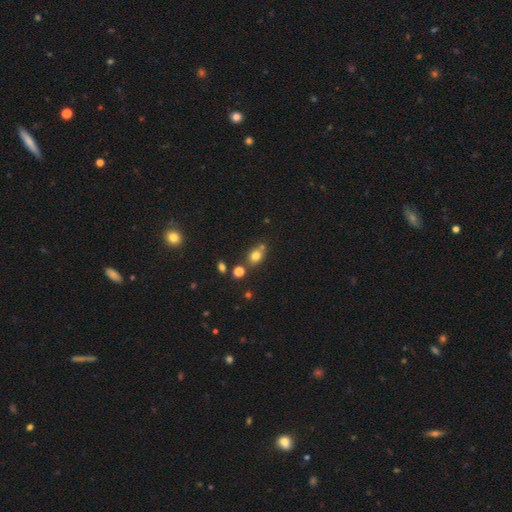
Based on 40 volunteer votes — Q: Smooth or featured?
A: smooth (80%); runner-up: featured or disk (10%)
Q: How rounded?
A: round (50%); runner-up: in between (47%)
Q: Merging?
A: none (67%); runner-up: merger (25%)